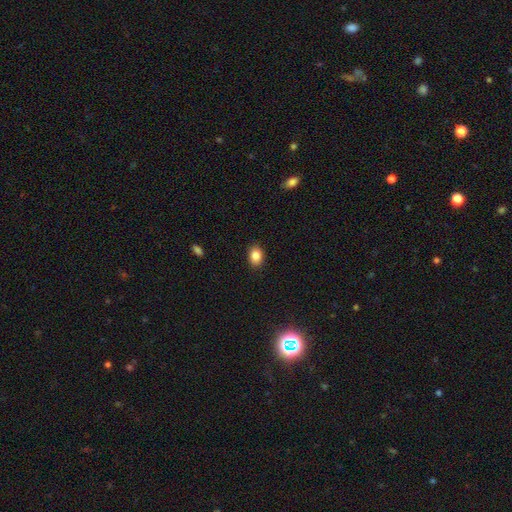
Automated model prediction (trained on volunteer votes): Overall: smooth (85%). How rounded: in between (69%; round 30%). Merging: none (89%).